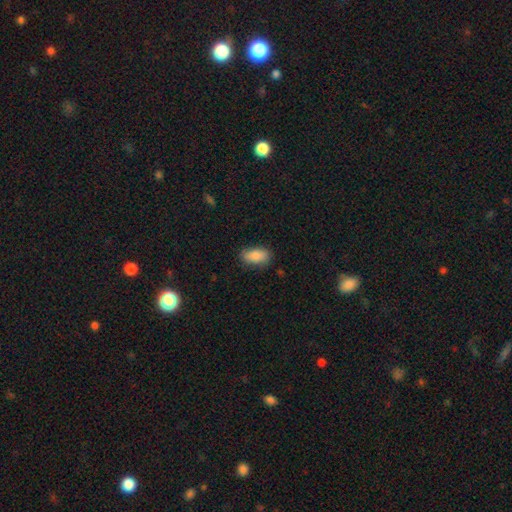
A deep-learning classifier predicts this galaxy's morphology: A smooth galaxy with no disk features (86%) that is in between round and cigar-shaped (90%). Merging: none (81%).